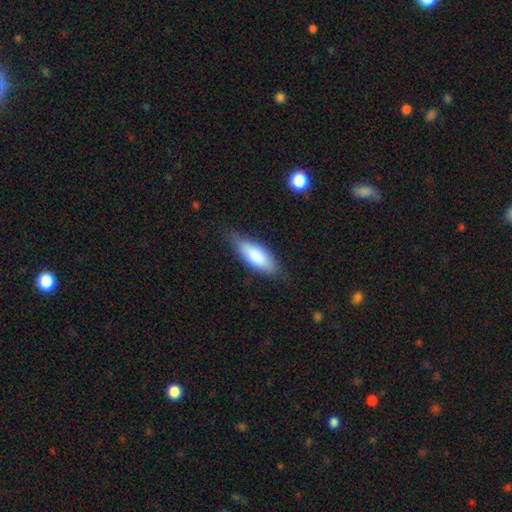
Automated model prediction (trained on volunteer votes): Overall: smooth (82%). How rounded: in between (73%). Merging: none (71%).